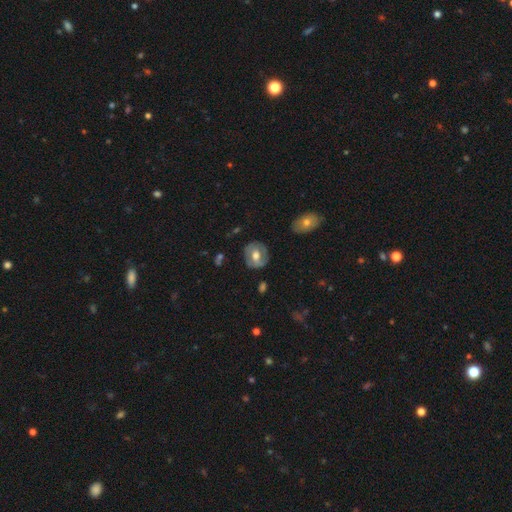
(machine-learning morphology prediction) Smooth or featured?
  - featured or disk: 47% *
  - smooth: 46%
  - star or artifact: 7%
Merging?
  - none: 79% *
  - minor disturbance: 15%
  - major disturbance: 4%
  - merger: 2%